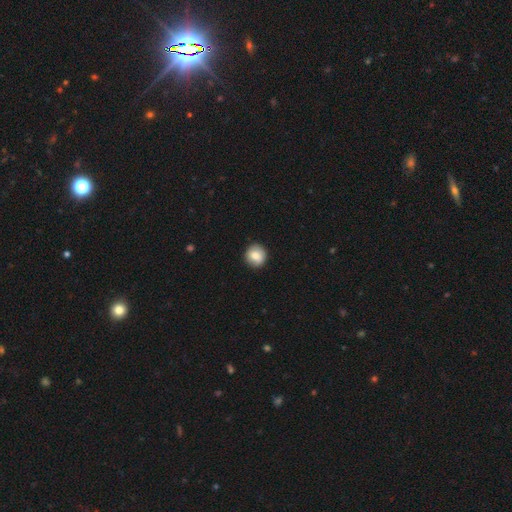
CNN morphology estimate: A smooth galaxy with no disk features (80%) that is round (90%). Merging: none (90%).